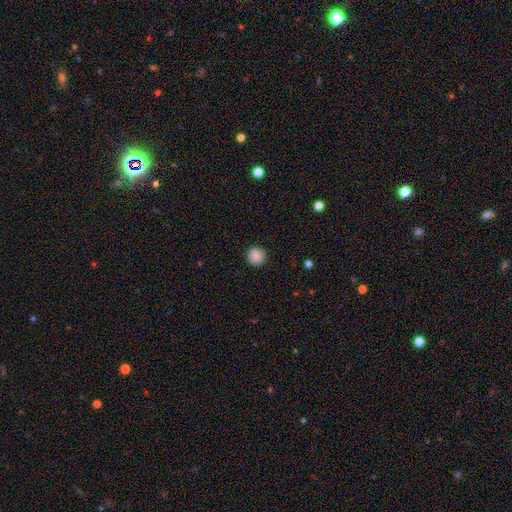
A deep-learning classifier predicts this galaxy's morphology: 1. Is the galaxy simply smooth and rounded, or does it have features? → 88% smooth, 9% star or artifact, 3% featured or disk.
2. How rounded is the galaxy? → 94% round, 5% in between, 1% cigar-shaped.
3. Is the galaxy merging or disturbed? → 92% none, 5% minor disturbance, 2% major disturbance, 1% merger.